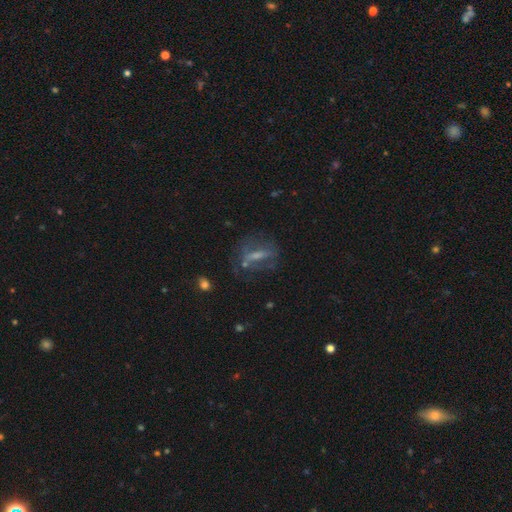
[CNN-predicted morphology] smooth_or_featured: featured or disk (p=0.55) [alt: smooth p=0.30]
disk_edge_on: no (p=0.73) [alt: yes p=0.27]
merging: none (p=0.58) [alt: major disturbance p=0.20]